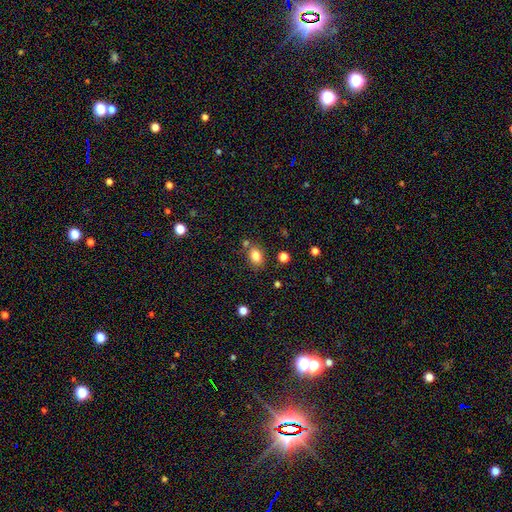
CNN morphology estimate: smooth_or_featured: smooth (p=0.82) [alt: star or artifact p=0.11]
how_rounded: in between (p=0.73) [alt: round p=0.26]
merging: none (p=0.72) [alt: minor disturbance p=0.13]